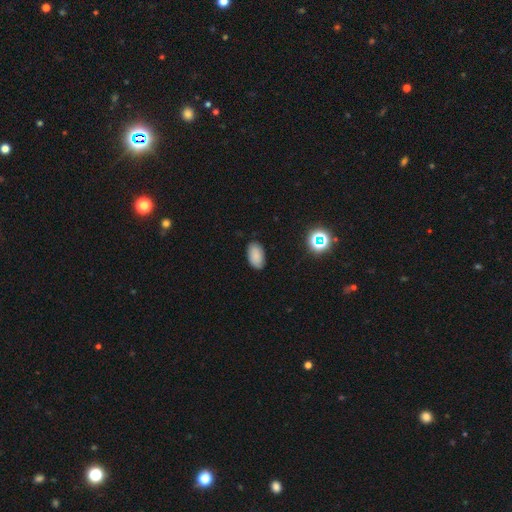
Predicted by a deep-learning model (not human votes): This is clearly a smooth galaxy (81%). How rounded: clearly in between (93%). Merging: clearly none (84%).